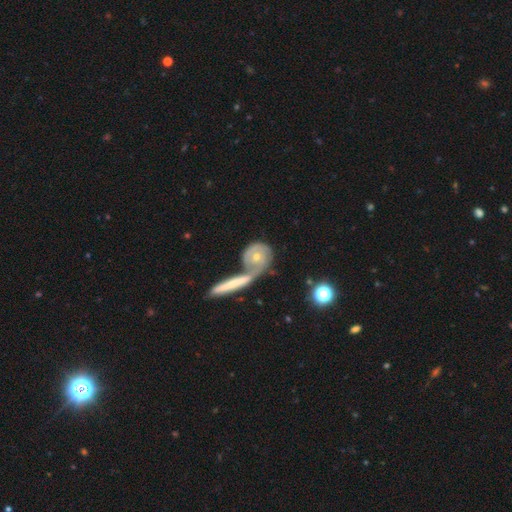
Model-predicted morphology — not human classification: Overall: featured or disk (58%; smooth 36%). Edge-on disk: no (85%). Merging: merger (43%; none 38%).